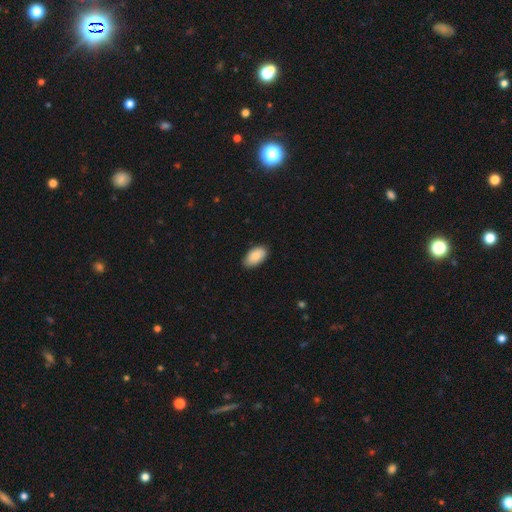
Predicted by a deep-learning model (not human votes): A smooth galaxy with no disk features (86%) that is in between round and cigar-shaped (95%).

Vote fractions:
- Smooth or featured? smooth: 86% / featured or disk: 7% / star or artifact: 6%
- How rounded? in between: 95% / round: 3% / cigar-shaped: 2%
- Merging? none: 85% / minor disturbance: 12% / major disturbance: 2% / merger: 1%